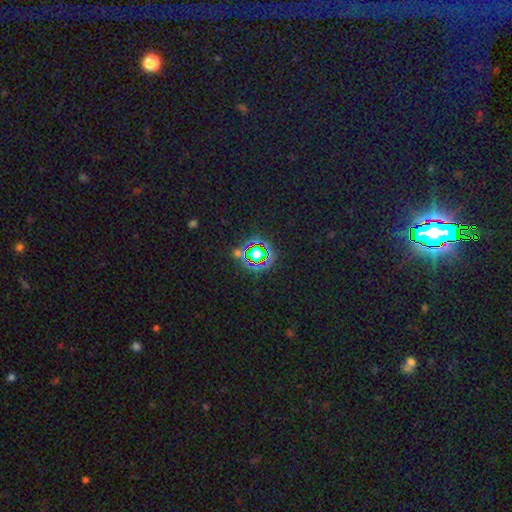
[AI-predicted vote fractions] Smooth or featured? Predicted: star or artifact (p=0.75).